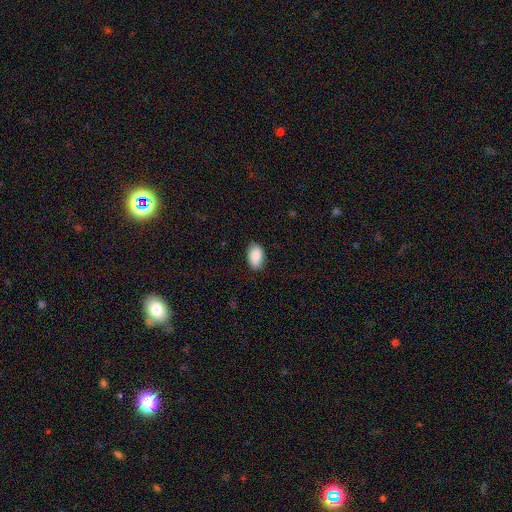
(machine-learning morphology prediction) This appears to be a smooth galaxy with no disk features (89%) that is in between round and cigar-shaped (93%). Merging: none (85%).